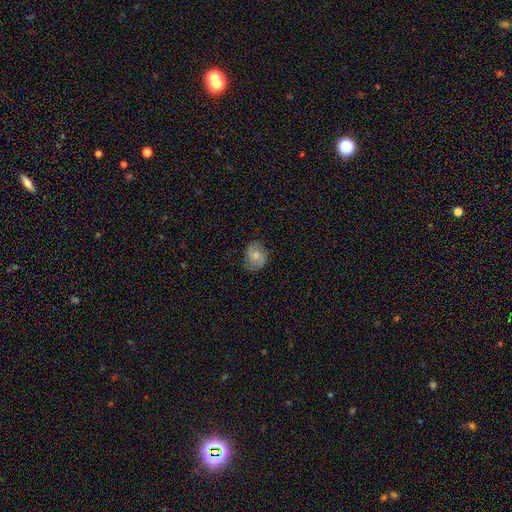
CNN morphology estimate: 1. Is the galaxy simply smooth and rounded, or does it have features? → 54% smooth, 38% featured or disk, 8% star or artifact.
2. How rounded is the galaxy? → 54% round, 45% in between, 1% cigar-shaped.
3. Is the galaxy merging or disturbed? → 74% none, 19% minor disturbance, 6% major disturbance, 1% merger.